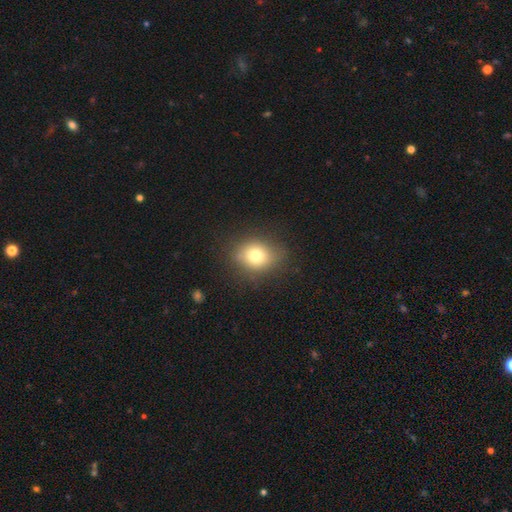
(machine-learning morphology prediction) Q: Smooth or featured?
A: smooth (75%); runner-up: featured or disk (13%)
Q: How rounded?
A: round (61%); runner-up: in between (38%)
Q: Merging?
A: none (78%); runner-up: minor disturbance (15%)